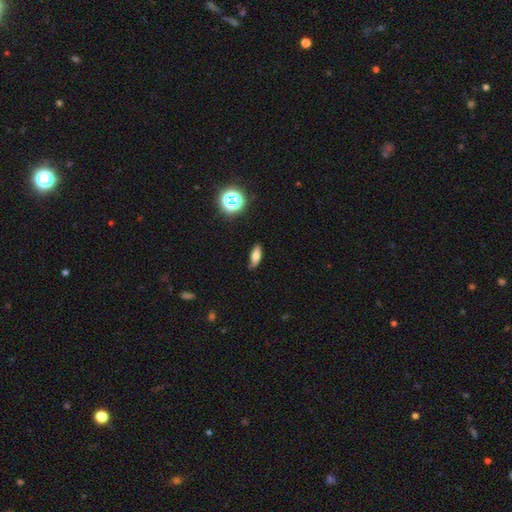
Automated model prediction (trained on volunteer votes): Smooth or featured? Predicted: smooth (p=0.72). How rounded? Predicted: in between (p=0.67). Merging? Predicted: none (p=0.81).